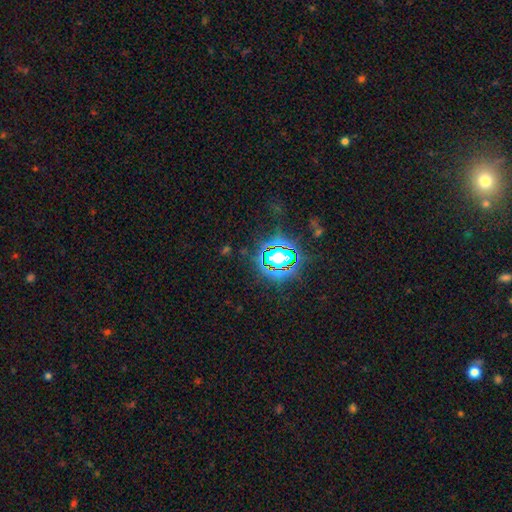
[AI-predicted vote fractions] Smooth or featured? Predicted: star or artifact (p=0.80).